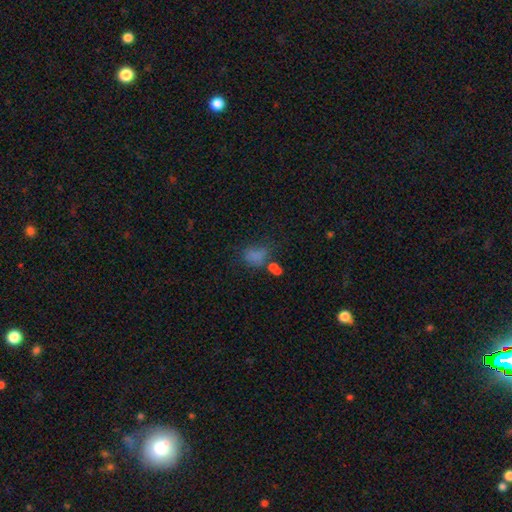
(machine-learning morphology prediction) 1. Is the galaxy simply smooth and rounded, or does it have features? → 69% smooth, 18% star or artifact, 13% featured or disk.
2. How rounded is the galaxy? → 66% in between, 32% round, 2% cigar-shaped.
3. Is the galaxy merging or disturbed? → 42% none, 22% minor disturbance, 20% major disturbance, 17% merger.